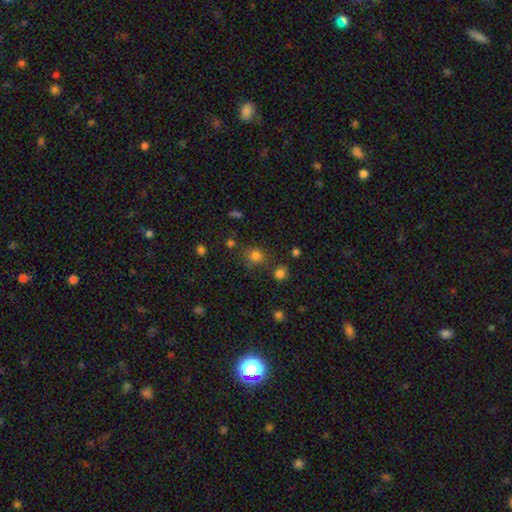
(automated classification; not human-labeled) Q: Smooth or featured?
A: smooth (77%); runner-up: star or artifact (16%)
Q: How rounded?
A: round (80%); runner-up: in between (19%)
Q: Merging?
A: none (73%); runner-up: minor disturbance (14%)